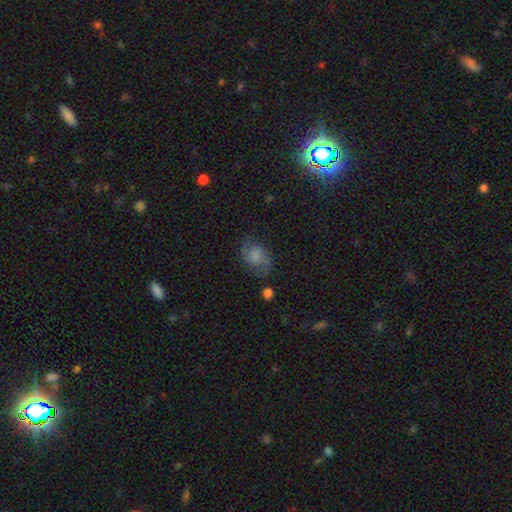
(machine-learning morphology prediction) smooth-or-featured: smooth: 52% | featured or disk: 37% | star or artifact: 12%
  how-rounded: in between: 70% | round: 29% | cigar-shaped: 1%
  merging: none: 60% | minor disturbance: 24% | major disturbance: 13% | merger: 3%